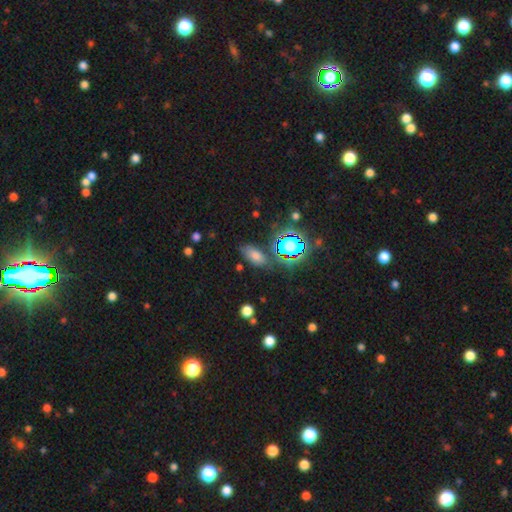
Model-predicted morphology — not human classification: A smooth galaxy with no disk features (62%) that is in between round and cigar-shaped (82%).

Vote fractions:
- Smooth or featured? smooth: 62% / star or artifact: 27% / featured or disk: 10%
- How rounded? in between: 82% / round: 9% / cigar-shaped: 9%
- Merging? none: 79% / minor disturbance: 12% / major disturbance: 4% / merger: 4%